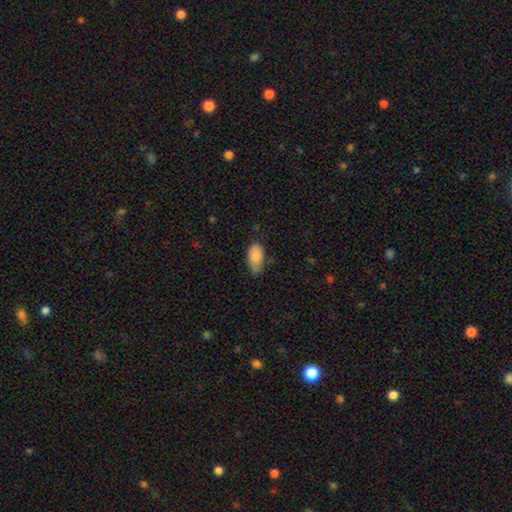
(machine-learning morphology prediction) The model was most divided on "merging": none: 62%, minor disturbance: 31%, major disturbance: 5%, merger: 2%. More confident: how rounded — in between (93%); smooth or featured — smooth (84%).